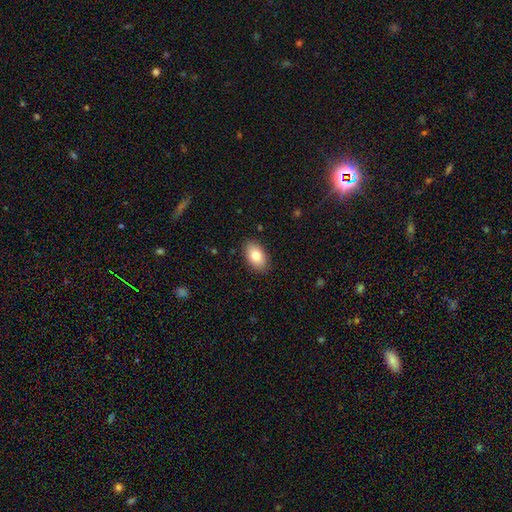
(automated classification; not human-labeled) This is clearly a smooth galaxy (82%). How rounded: clearly in between (92%). Merging: clearly none (87%).